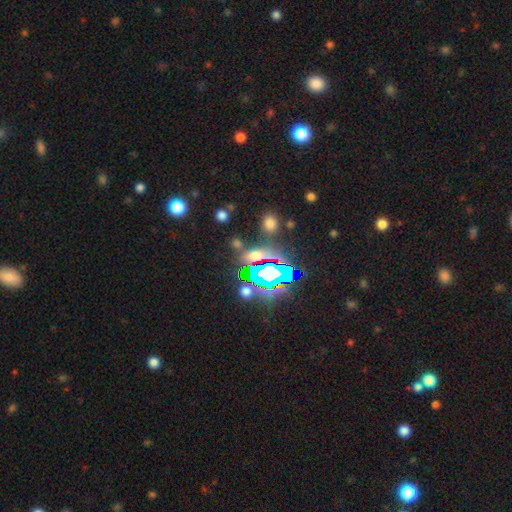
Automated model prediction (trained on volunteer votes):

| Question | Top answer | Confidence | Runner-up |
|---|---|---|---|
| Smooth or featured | star or artifact | 57% | smooth (31%) |